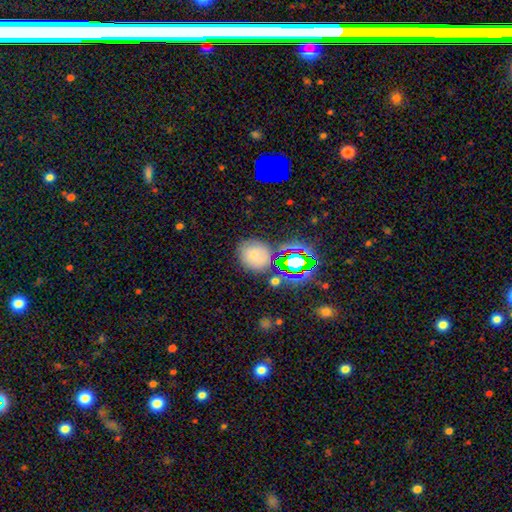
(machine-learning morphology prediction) This appears to be a smooth galaxy with no disk features (69%) that is round (72%). Merging: none (76%).